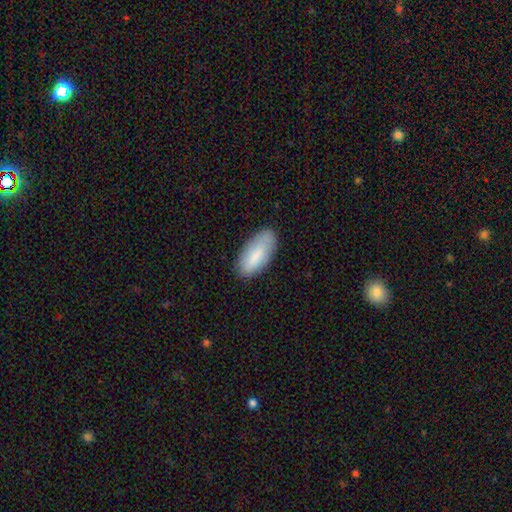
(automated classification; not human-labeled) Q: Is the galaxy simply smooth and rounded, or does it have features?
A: smooth — 82%.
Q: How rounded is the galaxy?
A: in between — 88%.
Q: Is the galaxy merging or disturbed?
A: none — 82%.